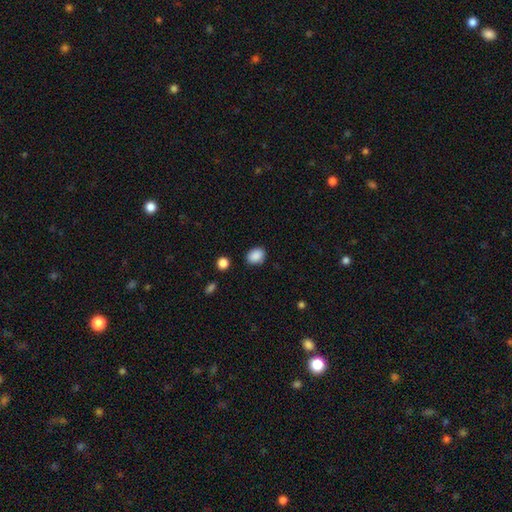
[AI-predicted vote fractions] smooth_or_featured: smooth (p=0.88) [alt: star or artifact p=0.08]
how_rounded: in between (p=0.62) [alt: round p=0.37]
merging: none (p=0.84) [alt: minor disturbance p=0.11]